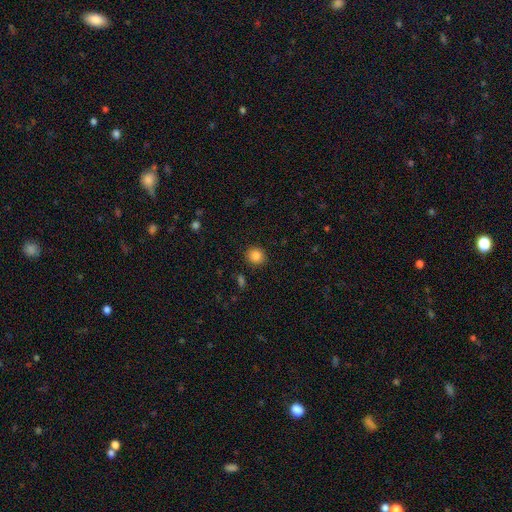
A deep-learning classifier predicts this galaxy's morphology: A smooth galaxy with no disk features (86%) that is round (86%). Merging: none (90%).